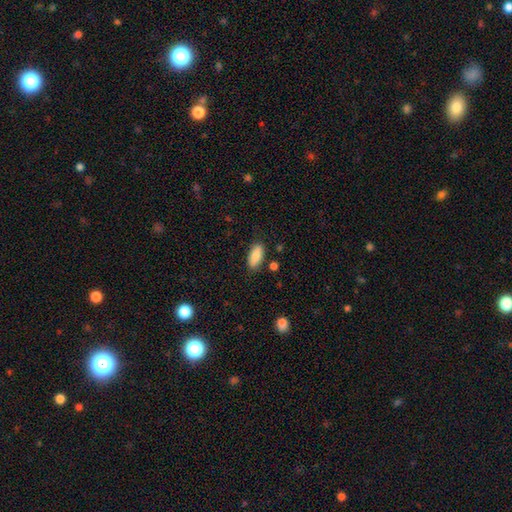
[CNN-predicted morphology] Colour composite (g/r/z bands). It shows a smooth galaxy with no disk features (83%) that is in between round and cigar-shaped (85%). Merging: none (83%).